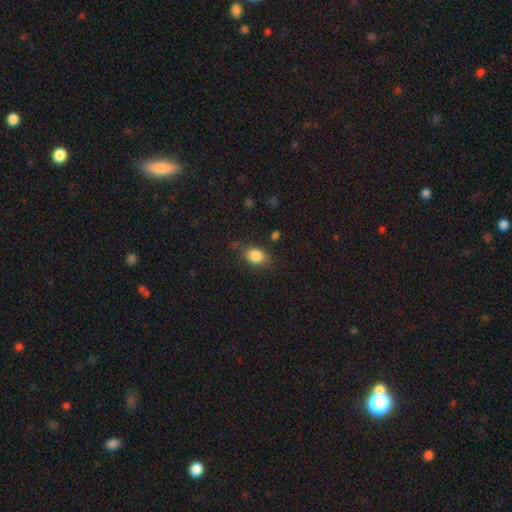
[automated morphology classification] Smooth or featured?
  - smooth: 85% *
  - star or artifact: 9%
  - featured or disk: 6%
How rounded?
  - in between: 76% *
  - round: 22%
  - cigar-shaped: 2%
Merging?
  - none: 76% *
  - minor disturbance: 17%
  - major disturbance: 4%
  - merger: 3%